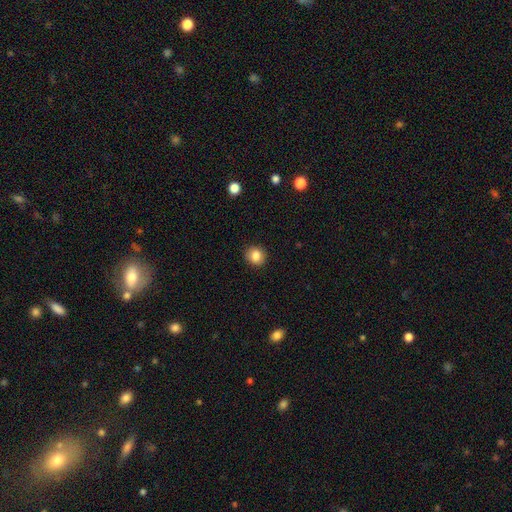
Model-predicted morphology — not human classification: This is clearly a smooth galaxy (84%). How rounded: clearly round (83%). Merging: clearly none (90%).